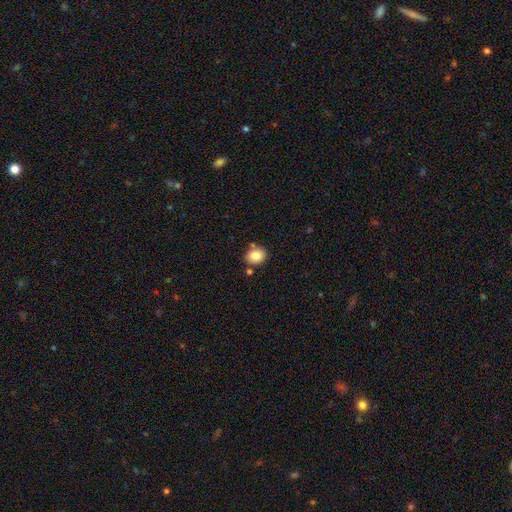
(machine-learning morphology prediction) Smooth or featured: smooth — 84% (star or artifact — 9%)
How rounded: round — 55% (in between — 44%)
Merging: none — 78% (minor disturbance — 11%)